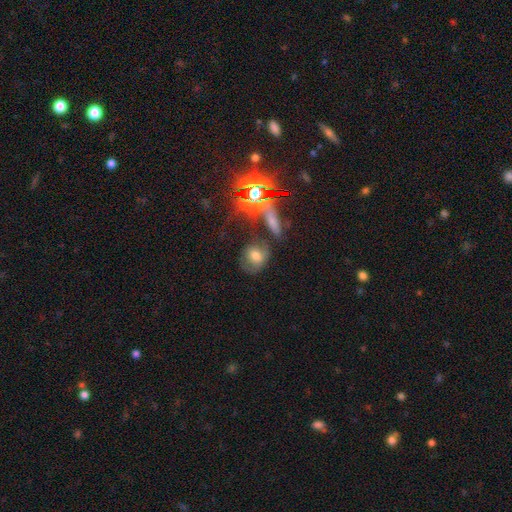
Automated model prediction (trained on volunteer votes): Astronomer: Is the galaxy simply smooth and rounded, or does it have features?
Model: smooth — 53%.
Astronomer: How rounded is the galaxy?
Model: round — 57% (runner-up: in between, 40%).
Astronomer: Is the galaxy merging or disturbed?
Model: none — 54%.